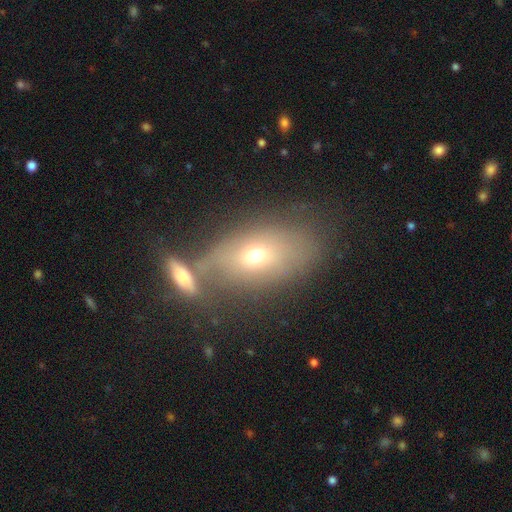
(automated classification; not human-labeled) Smooth or featured?
  - smooth: 56% *
  - featured or disk: 31%
  - star or artifact: 13%
How rounded?
  - in between: 80% *
  - round: 14%
  - cigar-shaped: 6%
Merging?
  - none: 48% *
  - merger: 29%
  - minor disturbance: 14%
  - major disturbance: 8%